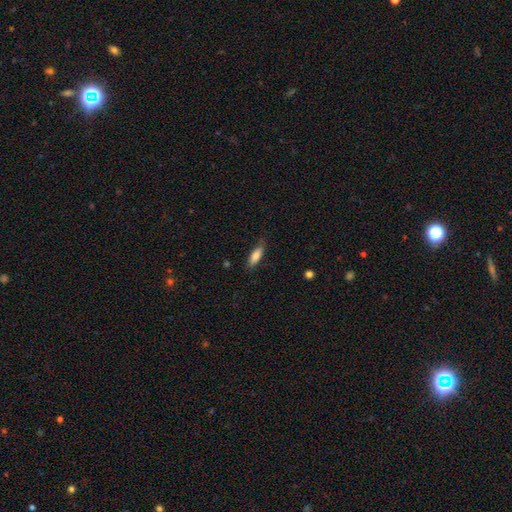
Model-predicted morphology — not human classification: Smooth or featured: smooth — 82% (featured or disk — 11%)
How rounded: in between — 62% (cigar-shaped — 36%)
Merging: none — 78% (minor disturbance — 17%)